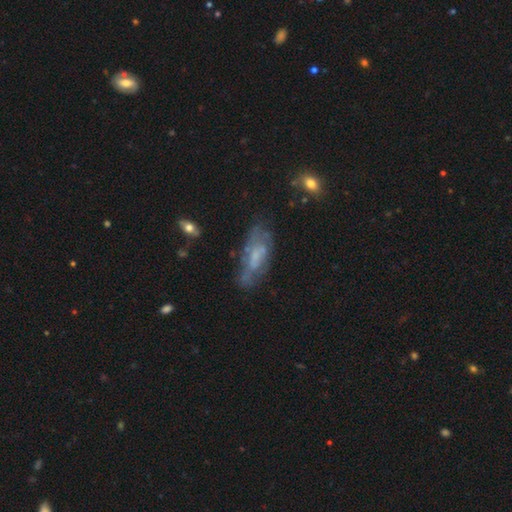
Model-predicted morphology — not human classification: A featured or disk galaxy (54%).

Vote fractions:
- Smooth or featured? featured or disk: 54% / smooth: 36% / star or artifact: 10%
- Edge-on disk? no: 84% / yes: 16%
- Merging? none: 54% / minor disturbance: 26% / major disturbance: 15% / merger: 5%